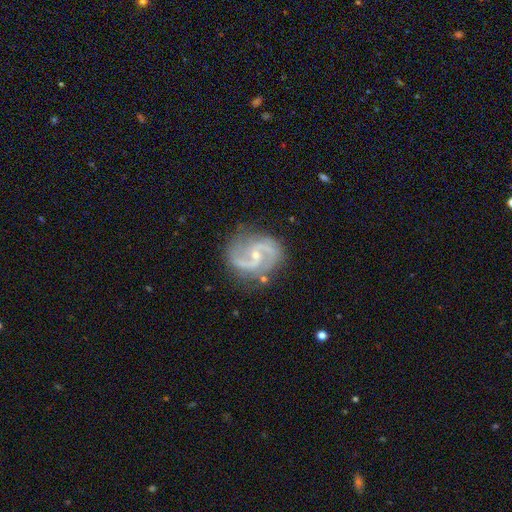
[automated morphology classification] A featured or disk galaxy (92%) with no bar (46%), 2 (92%) medium (57%) spiral arms (98%) and a small central bulge (70%).

Vote fractions:
- Smooth or featured? featured or disk: 92% / star or artifact: 5% / smooth: 4%
- Edge-on disk? no: 98% / yes: 2%
- Bar? no: 46% / weak: 40% / strong: 14%
- Spiral arms? yes: 98% / no: 2%
- Spiral winding? medium: 57% / loose: 28% / tight: 15%
- Spiral arm count? 2: 92% / 3: 2% / can't tell: 2% / 1: 1% / 4: 1% / more than 4: 1%
- Bulge size? small: 70% / moderate: 27% / none: 2% / large: 1% / dominant: 1%
- Merging? none: 78% / minor disturbance: 15% / major disturbance: 5% / merger: 2%